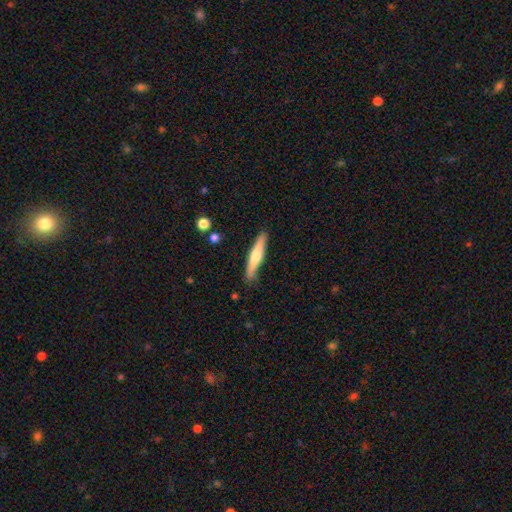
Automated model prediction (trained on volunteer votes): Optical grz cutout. It shows a smooth galaxy with no disk features (54%) that is cigar-shaped (89%). Merging: none (86%).